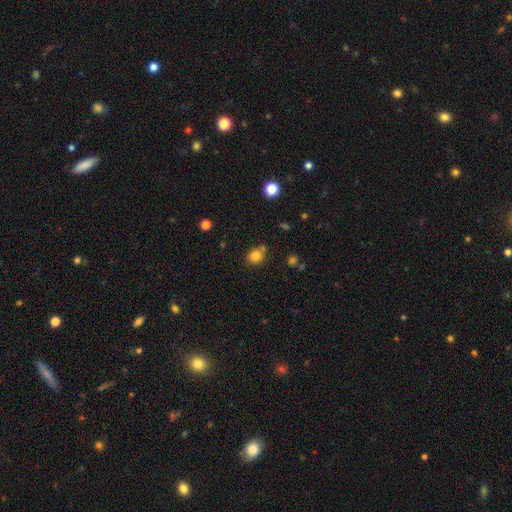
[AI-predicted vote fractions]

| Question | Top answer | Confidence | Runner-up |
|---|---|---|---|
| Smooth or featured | smooth | 81% | star or artifact (12%) |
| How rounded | round | 74% | in between (25%) |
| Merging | none | 71% | minor disturbance (13%) |